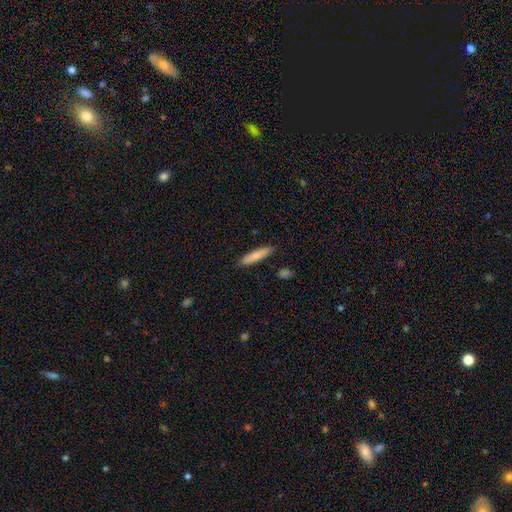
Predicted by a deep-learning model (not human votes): smooth-or-featured: smooth: 81% | featured or disk: 13% | star or artifact: 6%
  how-rounded: cigar-shaped: 83% | in between: 15% | round: 1%
  merging: none: 88% | minor disturbance: 8% | merger: 2% | major disturbance: 2%